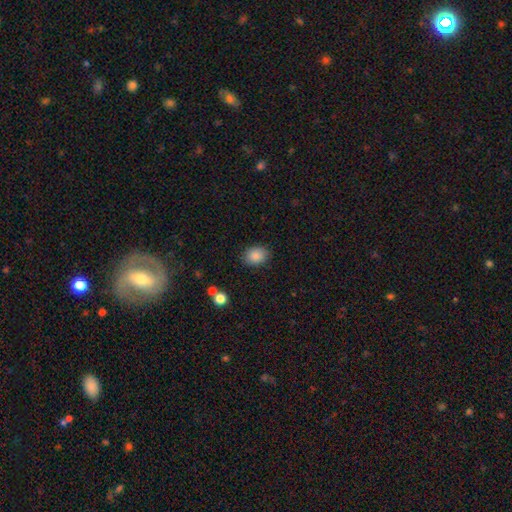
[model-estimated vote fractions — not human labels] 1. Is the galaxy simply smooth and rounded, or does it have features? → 87% smooth, 9% star or artifact, 4% featured or disk.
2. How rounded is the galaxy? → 66% in between, 33% round, 1% cigar-shaped.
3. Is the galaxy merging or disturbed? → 85% none, 10% minor disturbance, 3% major disturbance, 2% merger.